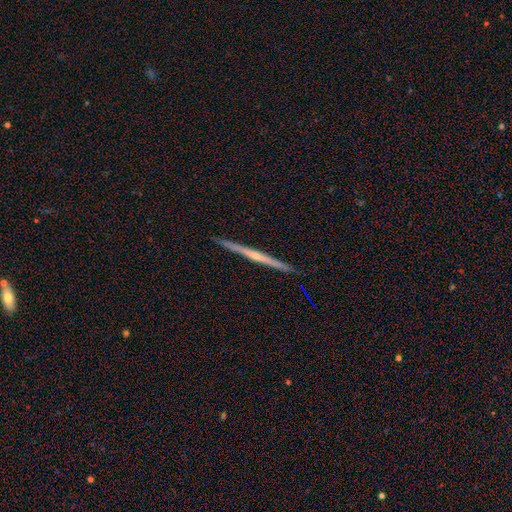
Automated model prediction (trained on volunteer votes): featured or disk 74%, smooth 21%, star or artifact 6%. Down the decision tree: edge-on disk — yes (98%); edge-on bulge — rounded (49%); merging — none (92%).